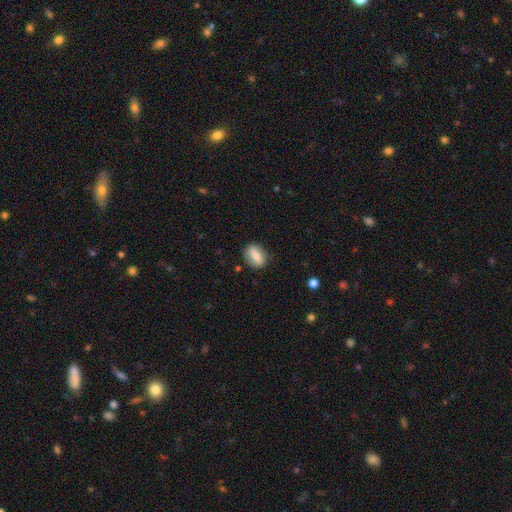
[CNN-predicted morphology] This is likely a smooth galaxy (74%). How rounded: likely in between (76%). Merging: clearly none (80%).